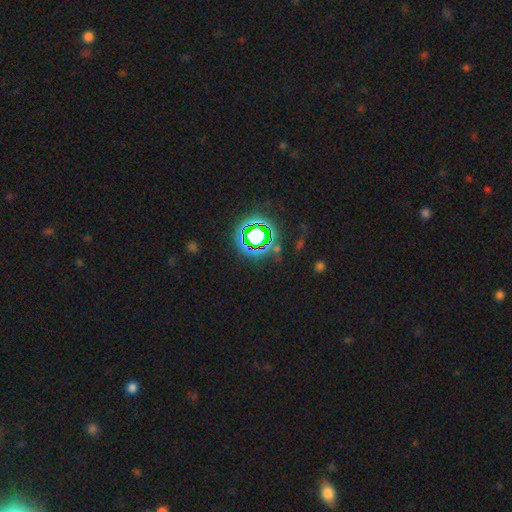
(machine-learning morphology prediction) type=star or artifact (77%).